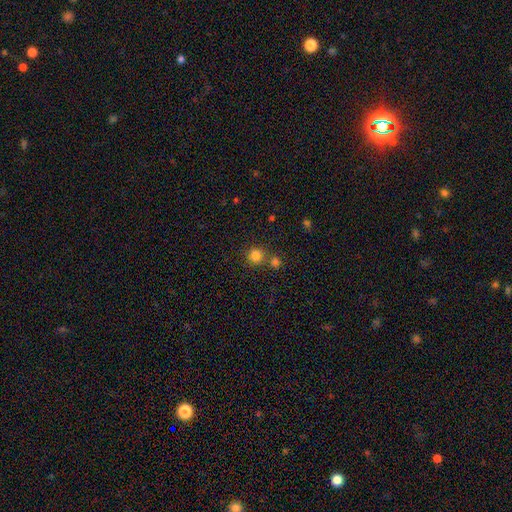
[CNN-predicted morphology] Q: Smooth or featured?
A: smooth (81%); runner-up: star or artifact (13%)
Q: How rounded?
A: round (91%); runner-up: in between (8%)
Q: Merging?
A: none (67%); runner-up: merger (21%)